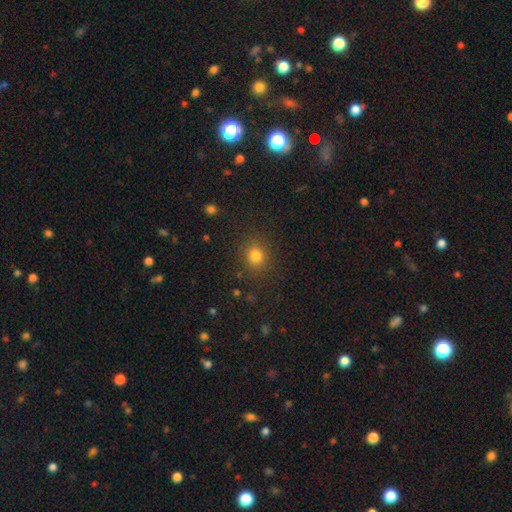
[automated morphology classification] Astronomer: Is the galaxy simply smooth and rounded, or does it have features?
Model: smooth — 80%.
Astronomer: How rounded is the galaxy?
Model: round — 78%.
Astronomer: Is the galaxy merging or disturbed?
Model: none — 85%.